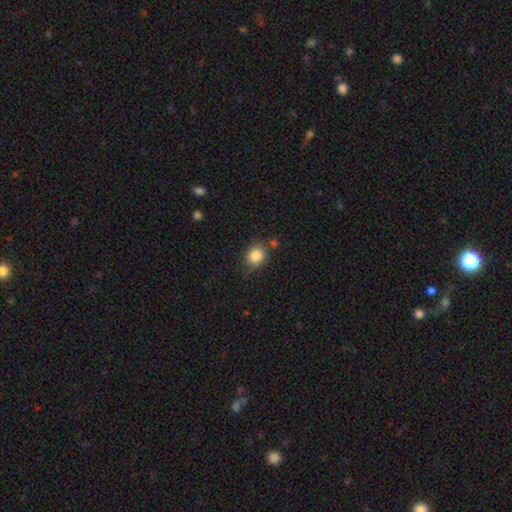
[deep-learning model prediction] Q: Smooth or featured?
A: smooth (85%); runner-up: star or artifact (9%)
Q: How rounded?
A: round (74%); runner-up: in between (26%)
Q: Merging?
A: none (75%); runner-up: minor disturbance (16%)